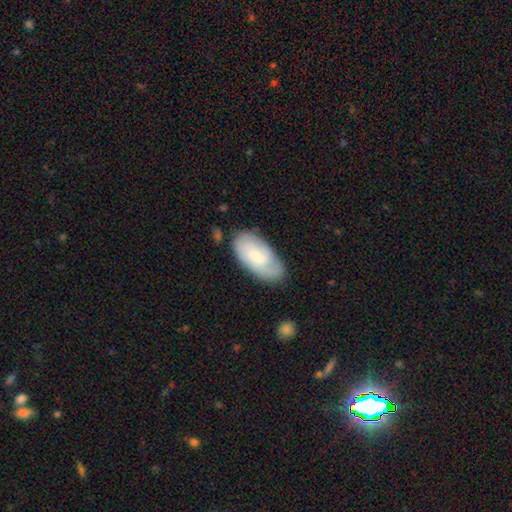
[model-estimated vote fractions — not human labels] The model was most divided on "smooth or featured": smooth: 60%, featured or disk: 34%, star or artifact: 7%. More confident: how rounded — in between (93%); merging — none (71%).